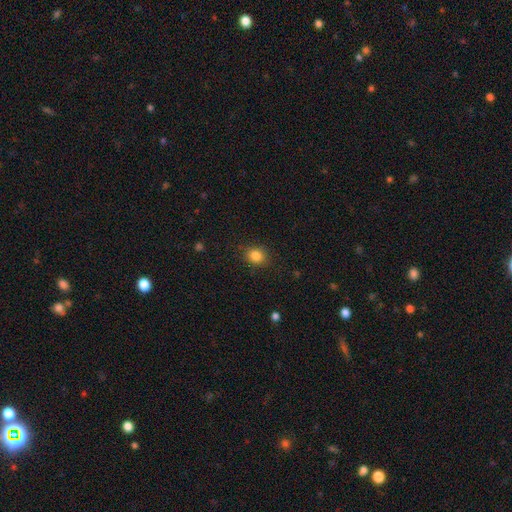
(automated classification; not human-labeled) smooth-or-featured: smooth: 84% | star or artifact: 11% | featured or disk: 5%
  how-rounded: round: 64% | in between: 35% | cigar-shaped: 1%
  merging: none: 84% | minor disturbance: 11% | major disturbance: 3% | merger: 1%